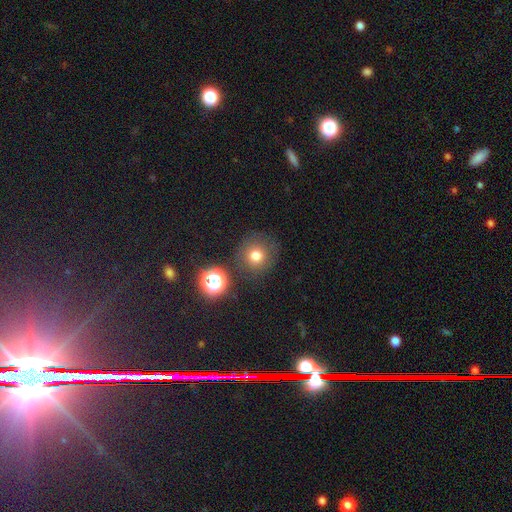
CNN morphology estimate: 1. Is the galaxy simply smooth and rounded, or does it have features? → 74% smooth, 16% star or artifact, 10% featured or disk.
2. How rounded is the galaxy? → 94% round, 5% in between, 1% cigar-shaped.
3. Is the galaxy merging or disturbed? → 83% none, 9% minor disturbance, 4% major disturbance, 4% merger.